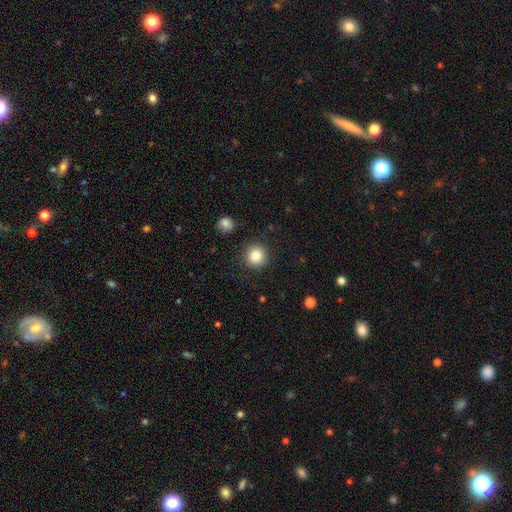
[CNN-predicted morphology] Smooth or featured?
  - smooth: 84% *
  - star or artifact: 10%
  - featured or disk: 6%
How rounded?
  - round: 94% *
  - in between: 5%
  - cigar-shaped: 1%
Merging?
  - none: 89% *
  - minor disturbance: 7%
  - major disturbance: 2%
  - merger: 2%